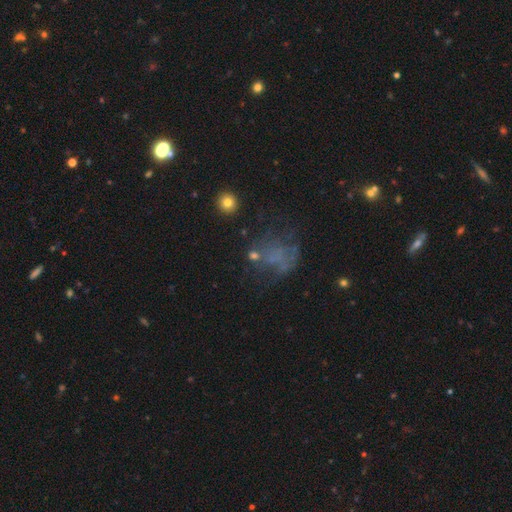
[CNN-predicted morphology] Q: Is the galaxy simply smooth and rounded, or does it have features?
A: featured or disk — 41%.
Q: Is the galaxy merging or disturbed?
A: none — 43%.